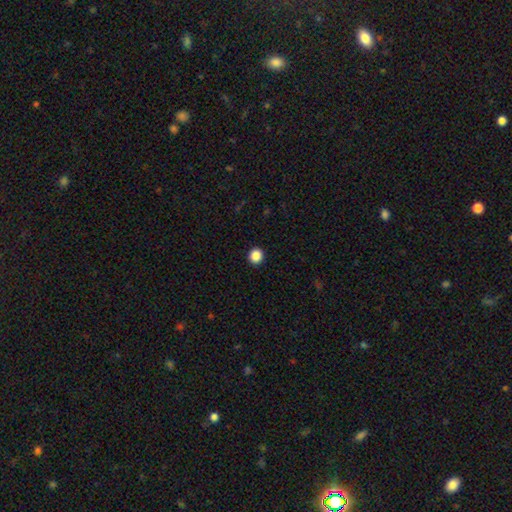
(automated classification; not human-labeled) This appears to be a smooth galaxy with no disk features (88%) that is round (90%). Merging: none (93%).